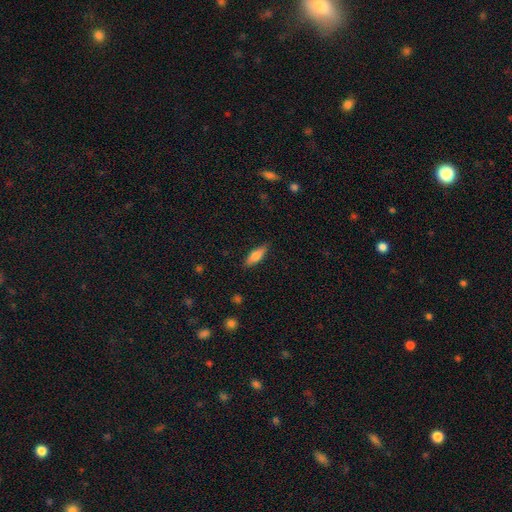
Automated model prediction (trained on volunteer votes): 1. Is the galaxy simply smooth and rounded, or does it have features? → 75% smooth, 18% featured or disk, 7% star or artifact.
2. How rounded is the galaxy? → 56% in between, 42% cigar-shaped, 2% round.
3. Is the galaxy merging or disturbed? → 85% none, 12% minor disturbance, 3% major disturbance, 1% merger.